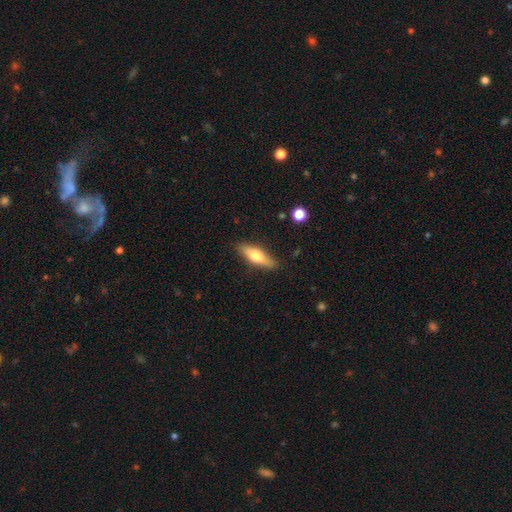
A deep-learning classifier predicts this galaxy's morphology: A smooth galaxy with no disk features (53%) that is cigar-shaped (57%).

Vote fractions:
- Smooth or featured? smooth: 53% / featured or disk: 41% / star or artifact: 6%
- How rounded? cigar-shaped: 57% / in between: 40% / round: 3%
- Merging? none: 87% / minor disturbance: 10% / major disturbance: 2% / merger: 1%